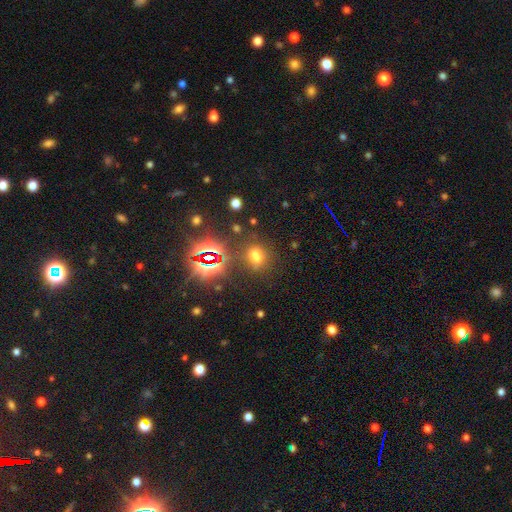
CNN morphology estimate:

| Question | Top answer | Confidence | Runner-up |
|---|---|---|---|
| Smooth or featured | smooth | 54% | star or artifact (35%) |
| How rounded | in between | 51% | round (46%) |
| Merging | none | 60% | merger (19%) |